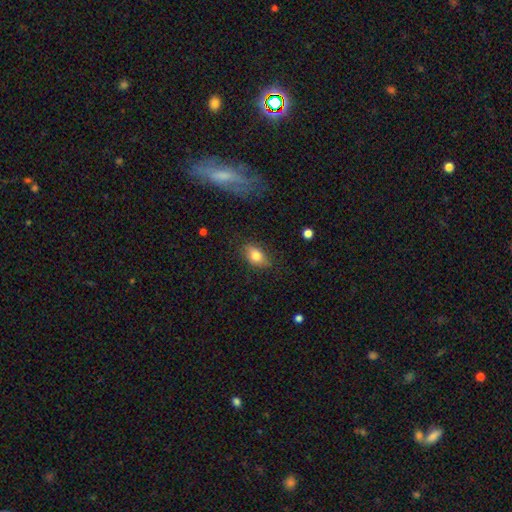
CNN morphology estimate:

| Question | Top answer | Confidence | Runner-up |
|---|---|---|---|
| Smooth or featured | smooth | 78% | featured or disk (14%) |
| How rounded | in between | 86% | round (11%) |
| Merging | none | 78% | minor disturbance (16%) |